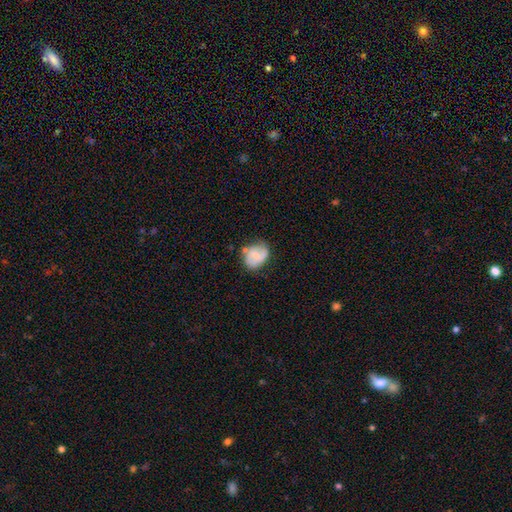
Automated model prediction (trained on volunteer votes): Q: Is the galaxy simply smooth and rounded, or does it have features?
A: smooth — 52%.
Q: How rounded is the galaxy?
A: in between — 59%.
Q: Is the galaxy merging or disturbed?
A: none — 55%.